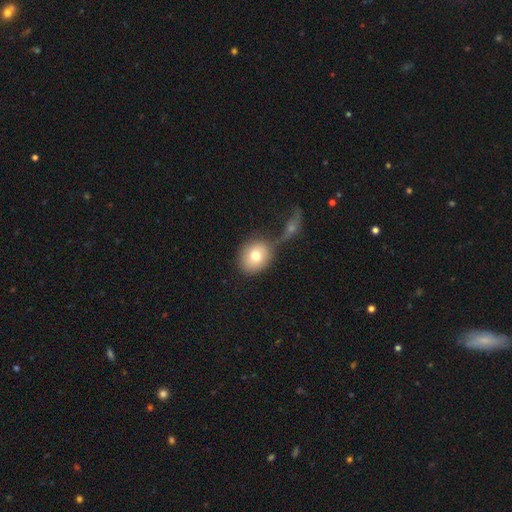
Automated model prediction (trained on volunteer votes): smooth_or_featured: smooth (p=0.75) [alt: featured or disk p=0.16]
how_rounded: round (p=0.64) [alt: in between p=0.35]
merging: none (p=0.53) [alt: merger p=0.27]